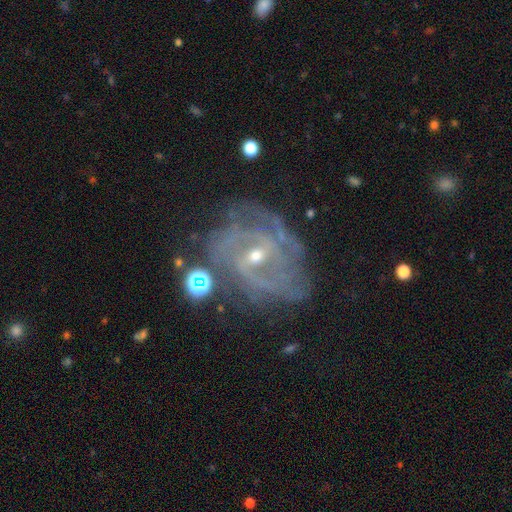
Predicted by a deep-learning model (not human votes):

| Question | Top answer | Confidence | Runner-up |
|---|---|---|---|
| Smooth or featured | featured or disk | 86% | star or artifact (8%) |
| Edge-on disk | no | 97% | yes (3%) |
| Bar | weak | 48% | no (30%) |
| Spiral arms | yes | 95% | no (5%) |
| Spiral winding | tight | 56% | medium (35%) |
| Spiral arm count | can't tell | 27% | 2 (25%) |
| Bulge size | small | 63% | moderate (34%) |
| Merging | none | 65% | minor disturbance (20%) |